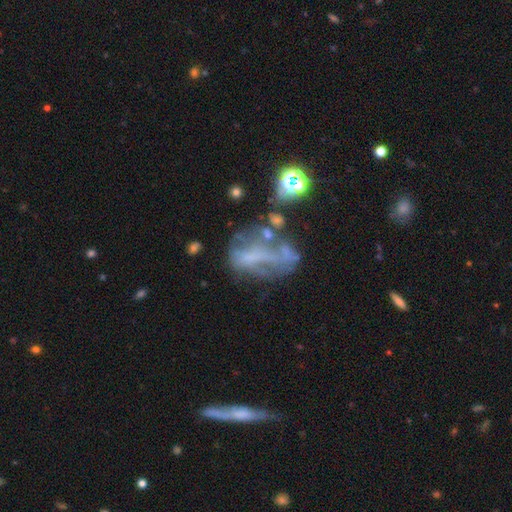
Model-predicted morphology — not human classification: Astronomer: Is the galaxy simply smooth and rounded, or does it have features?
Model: featured or disk — 53%.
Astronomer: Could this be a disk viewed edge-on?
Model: no — 95%.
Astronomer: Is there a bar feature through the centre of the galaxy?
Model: no — 71%.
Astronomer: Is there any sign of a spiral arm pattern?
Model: no — 83%.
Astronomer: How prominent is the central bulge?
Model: none — 68%.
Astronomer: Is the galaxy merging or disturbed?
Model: major disturbance — 35% (runner-up: none, 31%).